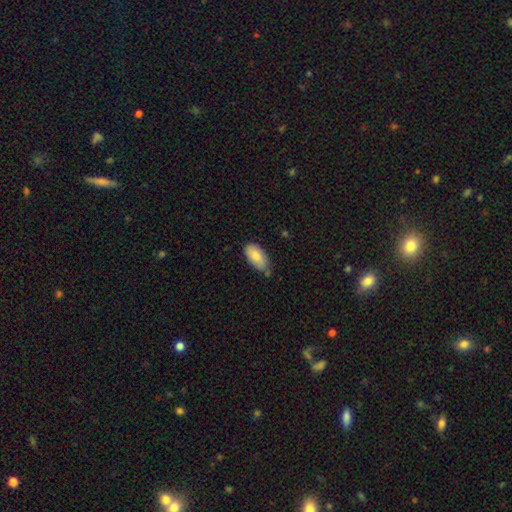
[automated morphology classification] smooth_or_featured: smooth (p=0.85) [alt: featured or disk p=0.09]
how_rounded: in between (p=0.94) [alt: cigar-shaped p=0.04]
merging: none (p=0.58) [alt: minor disturbance p=0.32]